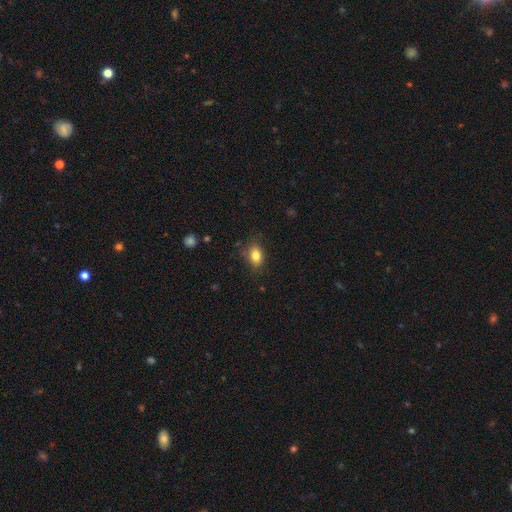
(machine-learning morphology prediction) Smooth or featured: smooth — 82% (star or artifact — 10%)
How rounded: in between — 79% (round — 19%)
Merging: none — 78% (minor disturbance — 17%)